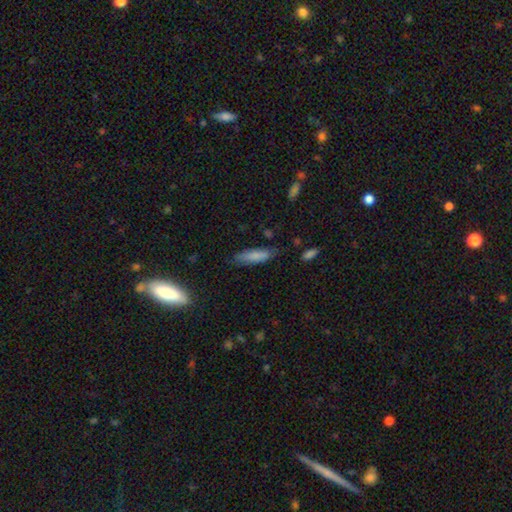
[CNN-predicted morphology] The model was most divided on "how rounded": cigar-shaped: 65%, in between: 33%, round: 2%. More confident: smooth or featured — smooth (80%); merging — none (75%).